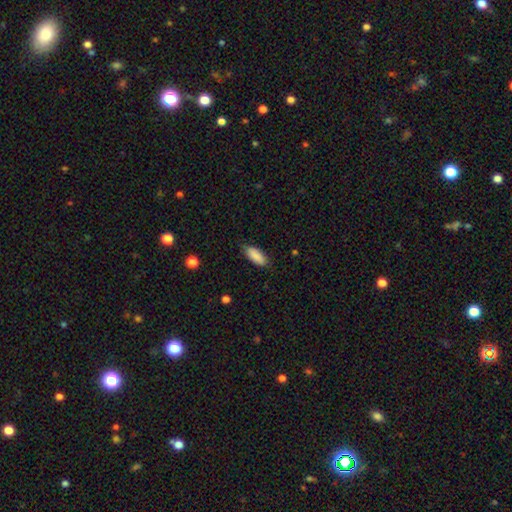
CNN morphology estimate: Smooth or featured? smooth (88%)
How rounded? in between (80%)
Merging? none (79%)